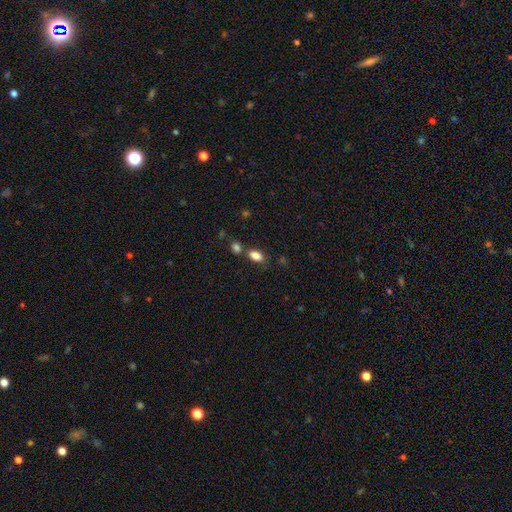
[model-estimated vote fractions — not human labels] A smooth galaxy with no disk features (84%) that is in between round and cigar-shaped (88%).

Vote fractions:
- Smooth or featured? smooth: 84% / star or artifact: 10% / featured or disk: 6%
- How rounded? in between: 88% / round: 8% / cigar-shaped: 4%
- Merging? none: 65% / merger: 18% / minor disturbance: 13% / major disturbance: 4%